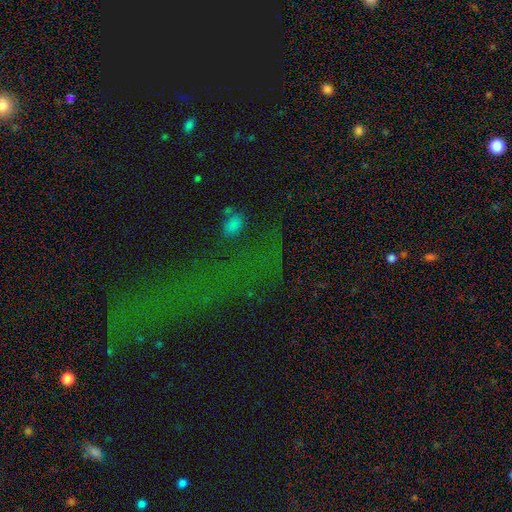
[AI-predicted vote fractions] The model was most divided on "smooth or featured": star or artifact: 52%, smooth: 34%, featured or disk: 14%.